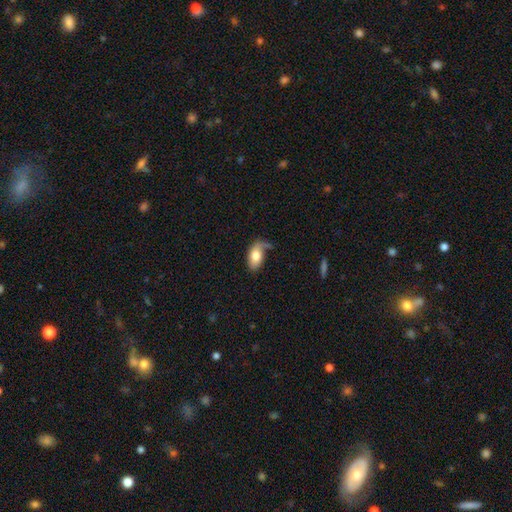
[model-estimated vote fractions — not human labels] smooth_or_featured: smooth (p=0.71) [alt: featured or disk p=0.22]
how_rounded: in between (p=0.92) [alt: round p=0.06]
merging: none (p=0.42) [alt: minor disturbance p=0.26]